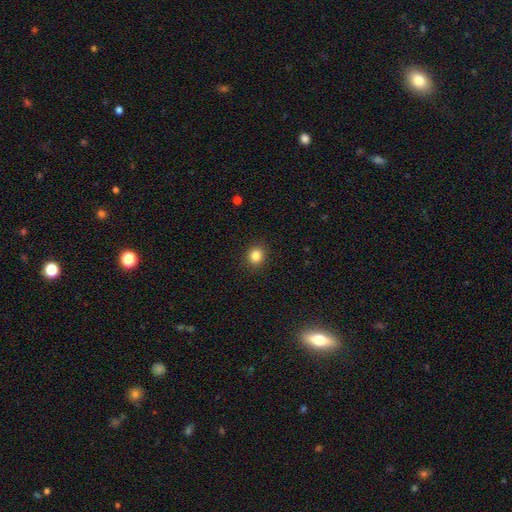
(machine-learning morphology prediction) smooth 85%, star or artifact 11%, featured or disk 5%. Down the decision tree: how rounded — round (80%); merging — none (91%).